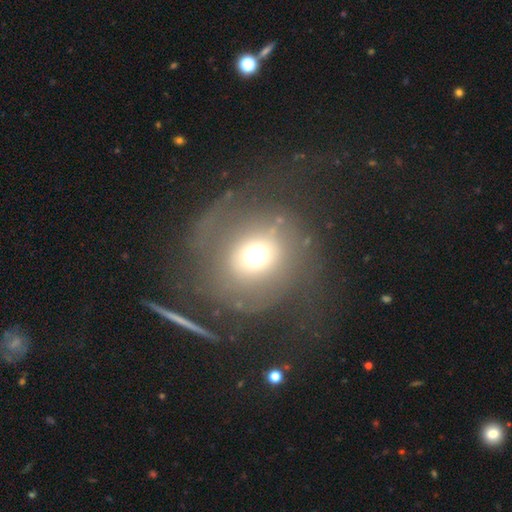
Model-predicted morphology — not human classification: A smooth galaxy with no disk features (56%) that is round (84%).

Vote fractions:
- Smooth or featured? smooth: 56% / featured or disk: 27% / star or artifact: 17%
- How rounded? round: 84% / in between: 15% / cigar-shaped: 1%
- Merging? none: 57% / major disturbance: 24% / minor disturbance: 15% / merger: 3%